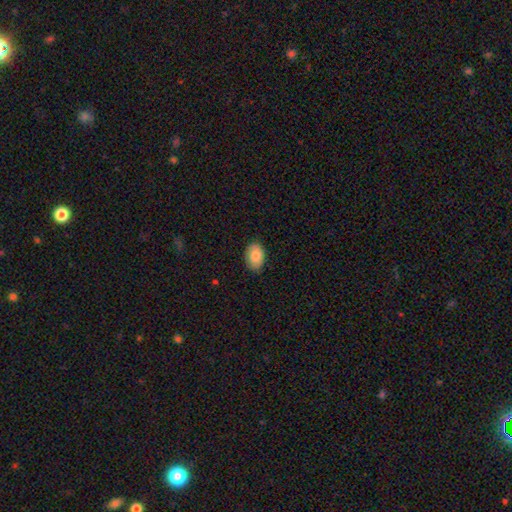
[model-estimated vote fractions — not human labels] smooth_or_featured: smooth (p=0.85) [alt: featured or disk p=0.08]
how_rounded: in between (p=0.84) [alt: round p=0.15]
merging: none (p=0.85) [alt: minor disturbance p=0.12]